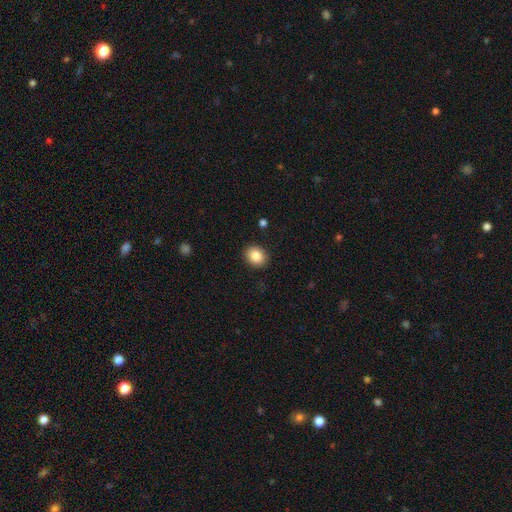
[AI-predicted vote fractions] Smooth or featured? smooth (86%)
How rounded? round (55%)
Merging? none (89%)